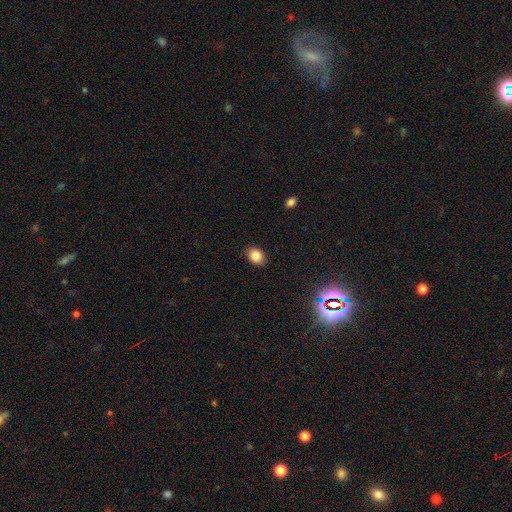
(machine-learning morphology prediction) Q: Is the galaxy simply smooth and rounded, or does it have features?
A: smooth — 86%.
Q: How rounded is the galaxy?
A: in between — 57%.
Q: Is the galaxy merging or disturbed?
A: none — 87%.